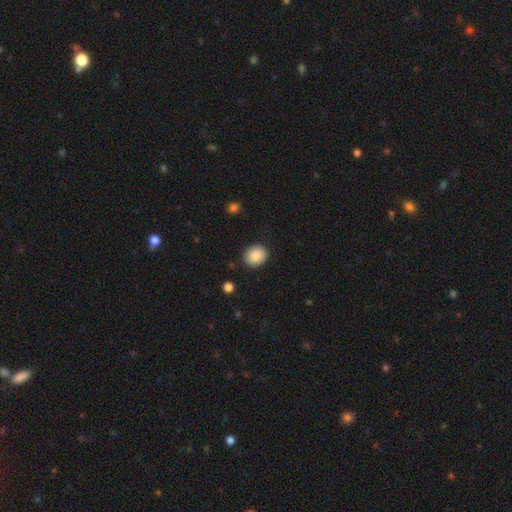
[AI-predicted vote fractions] Morphology: type=smooth (89%); roundness=round (66%); merging=none (88%).